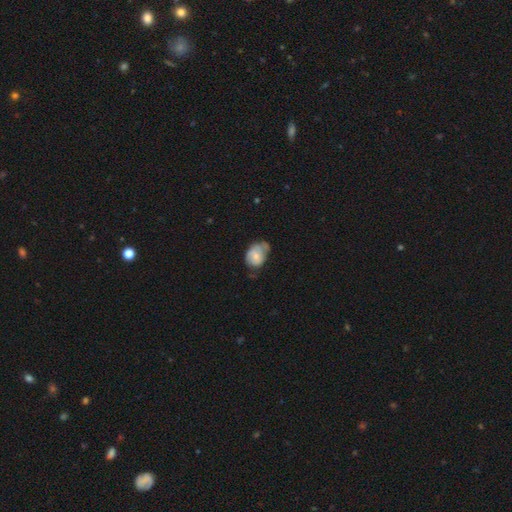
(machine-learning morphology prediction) The model was most divided on "merging": minor disturbance: 41%, none: 36%, major disturbance: 17%, merger: 6%. More confident: how rounded — in between (68%); smooth or featured — smooth (54%).